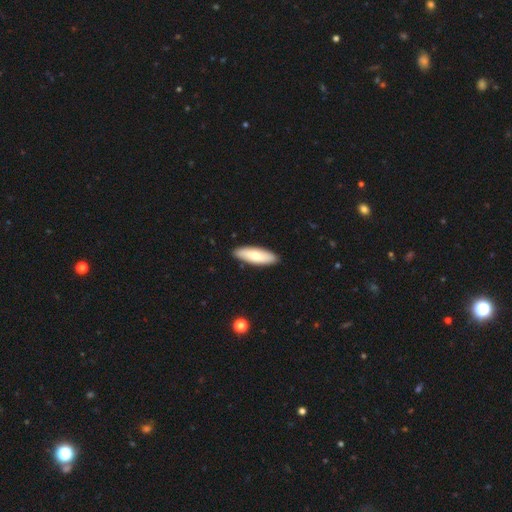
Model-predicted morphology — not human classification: Smooth or featured? smooth (70%)
How rounded? in between (55%)
Merging? none (89%)